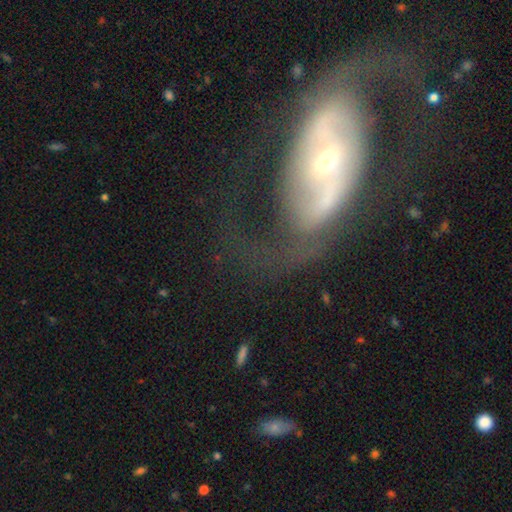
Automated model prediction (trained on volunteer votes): Smooth or featured? featured or disk (78%)
Edge-on disk? no (91%)
Bar? no (38%)
Spiral arms? yes (74%)
Spiral winding? medium (39%)
Spiral arm count? 2 (72%)
Bulge size? small (61%)
Merging? none (52%)